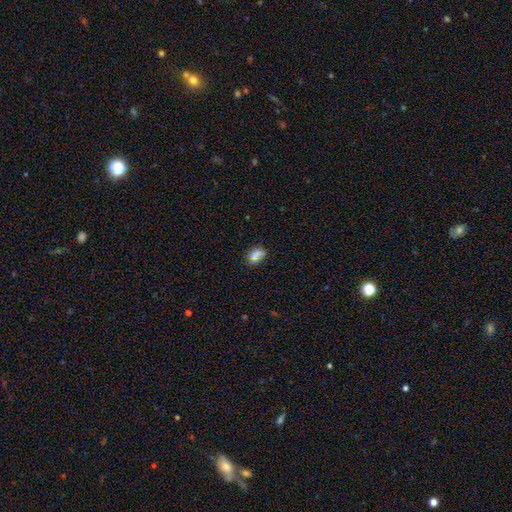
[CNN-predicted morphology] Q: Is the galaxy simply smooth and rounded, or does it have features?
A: smooth — 74%.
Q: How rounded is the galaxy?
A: in between — 70%.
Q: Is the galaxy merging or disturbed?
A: none — 58%.